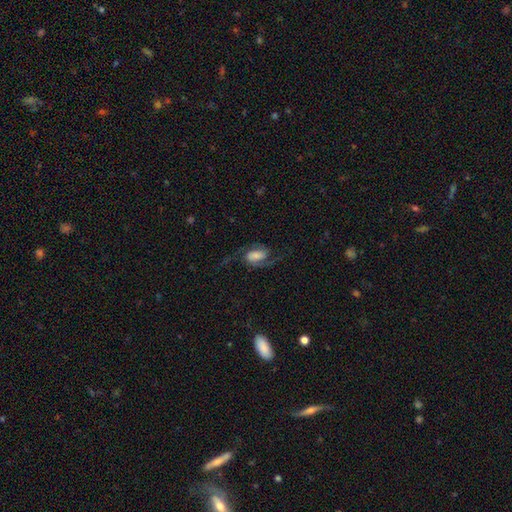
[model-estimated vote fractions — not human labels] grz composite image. It shows a featured or disk galaxy (75%) with a weak bar (41%), 2 (91%) loose (50%) spiral arms (95%) and a large central bulge (29%). Merging: none (62%).